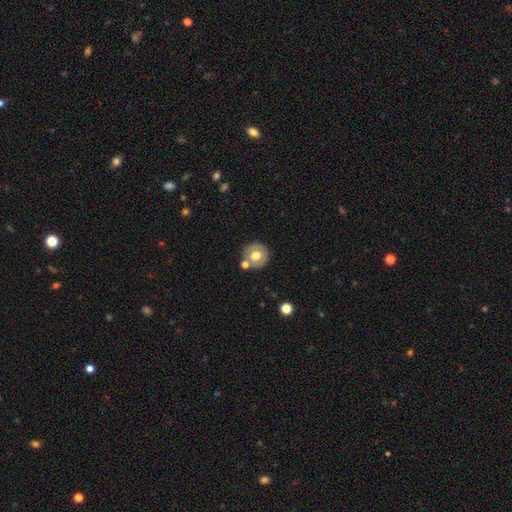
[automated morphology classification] type=smooth (63%); roundness=round (91%); merging=none (71%).